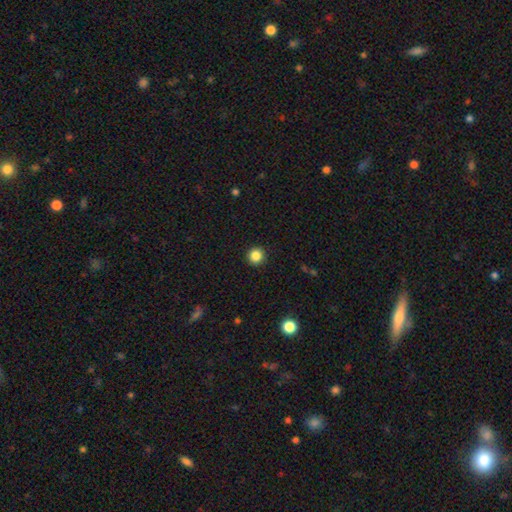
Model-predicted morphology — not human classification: Smooth or featured?
  - smooth: 86% *
  - star or artifact: 11%
  - featured or disk: 3%
How rounded?
  - round: 95% *
  - in between: 4%
  - cigar-shaped: 1%
Merging?
  - none: 92% *
  - minor disturbance: 5%
  - major disturbance: 2%
  - merger: 1%